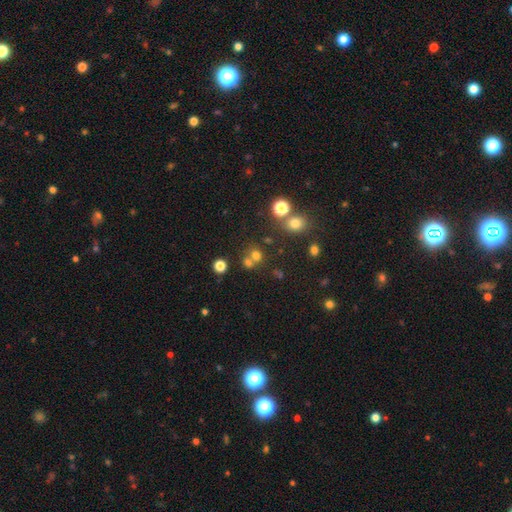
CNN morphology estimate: The model was most divided on "merging": none: 52%, merger: 37%, minor disturbance: 8%, major disturbance: 4%. More confident: how rounded — round (82%); smooth or featured — smooth (66%).